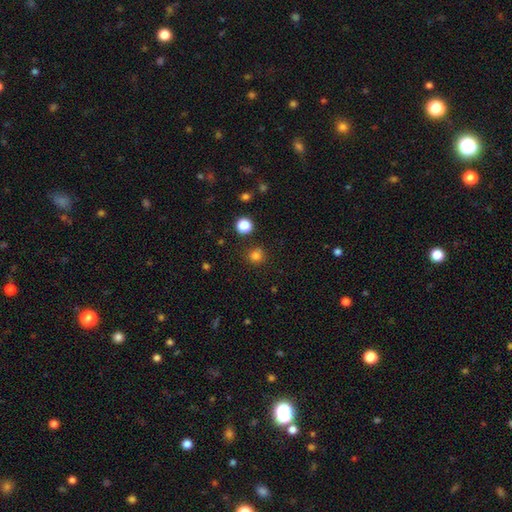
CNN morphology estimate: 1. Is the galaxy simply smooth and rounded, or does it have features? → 78% smooth, 17% star or artifact, 5% featured or disk.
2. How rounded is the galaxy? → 89% round, 10% in between, 1% cigar-shaped.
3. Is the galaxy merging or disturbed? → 79% none, 10% minor disturbance, 8% merger, 3% major disturbance.